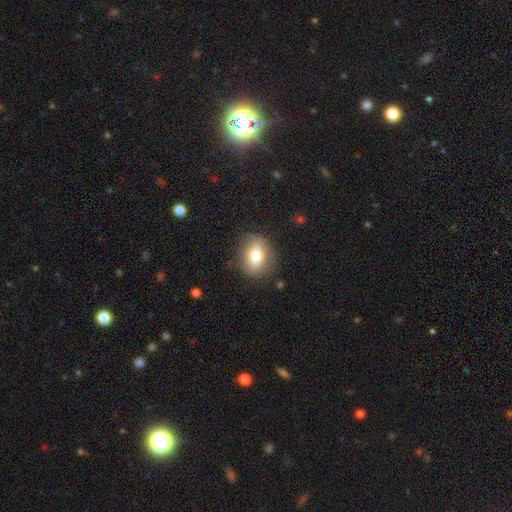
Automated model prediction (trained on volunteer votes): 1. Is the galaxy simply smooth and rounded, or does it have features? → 73% smooth, 18% featured or disk, 9% star or artifact.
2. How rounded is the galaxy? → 50% round, 49% in between, 1% cigar-shaped.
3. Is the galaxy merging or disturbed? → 82% none, 13% minor disturbance, 4% major disturbance, 1% merger.